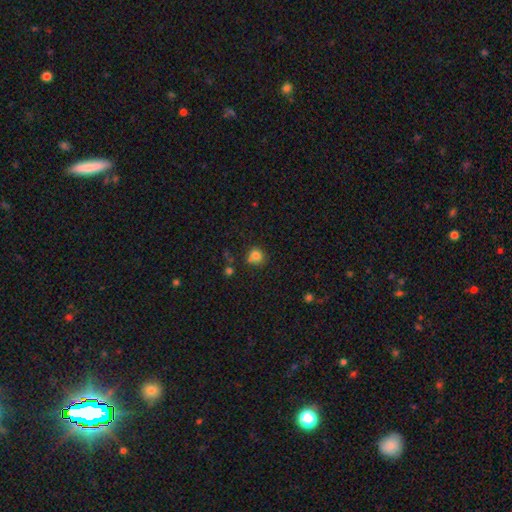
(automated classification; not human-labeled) Smooth or featured? smooth (81%)
How rounded? round (83%)
Merging? none (68%)